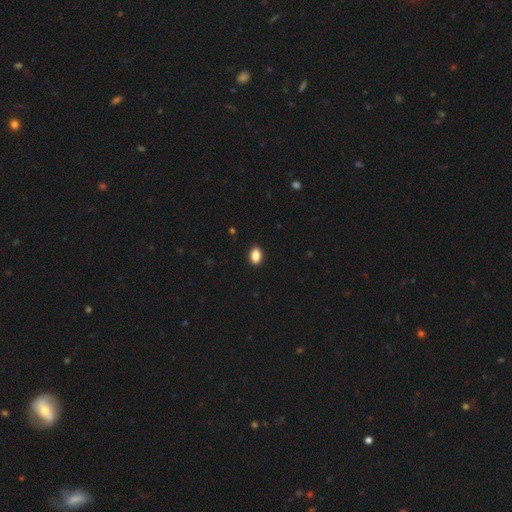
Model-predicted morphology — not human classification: A smooth galaxy with no disk features (87%) that is in between round and cigar-shaped (86%).

Vote fractions:
- Smooth or featured? smooth: 87% / star or artifact: 8% / featured or disk: 4%
- How rounded? in between: 86% / round: 13% / cigar-shaped: 2%
- Merging? none: 91% / minor disturbance: 7% / major disturbance: 2% / merger: 1%